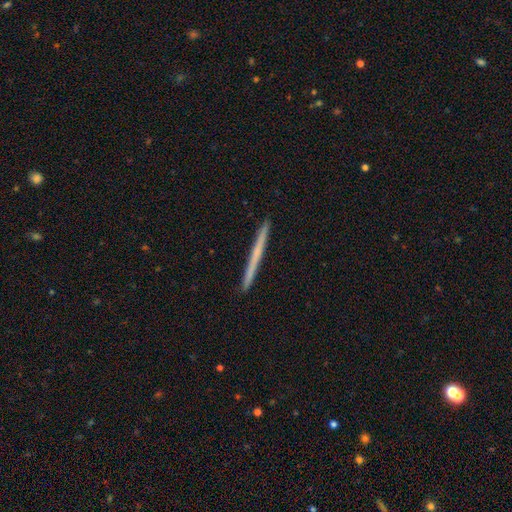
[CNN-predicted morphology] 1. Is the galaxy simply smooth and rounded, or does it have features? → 49% smooth, 45% featured or disk, 5% star or artifact.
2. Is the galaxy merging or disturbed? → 93% none, 5% minor disturbance, 1% major disturbance, 1% merger.